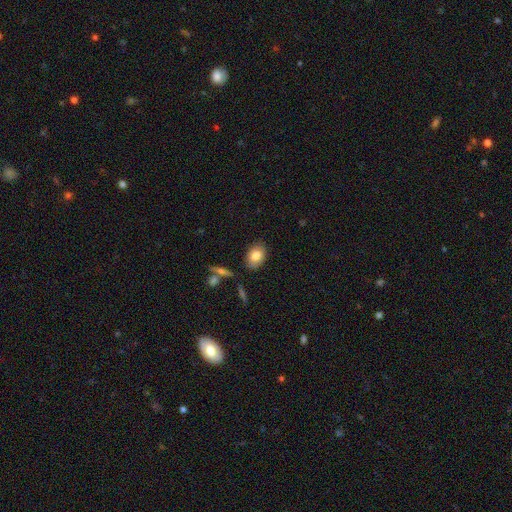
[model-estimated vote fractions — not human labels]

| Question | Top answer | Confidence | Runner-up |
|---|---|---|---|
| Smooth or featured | smooth | 80% | featured or disk (12%) |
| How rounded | in between | 81% | round (17%) |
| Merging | none | 83% | minor disturbance (11%) |